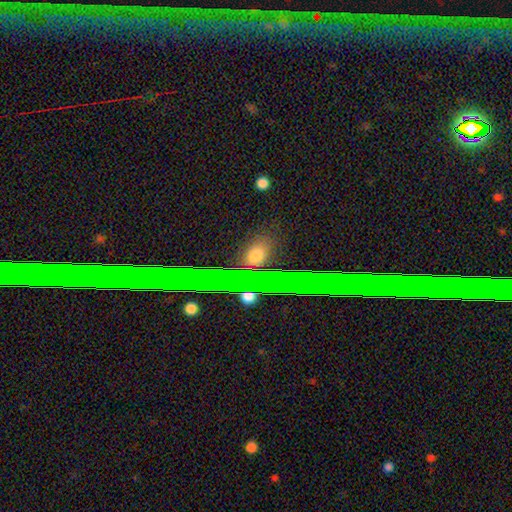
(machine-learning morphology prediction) Smooth or featured: smooth — 66% (star or artifact — 25%)
How rounded: in between — 56% (round — 39%)
Merging: none — 84% (minor disturbance — 10%)